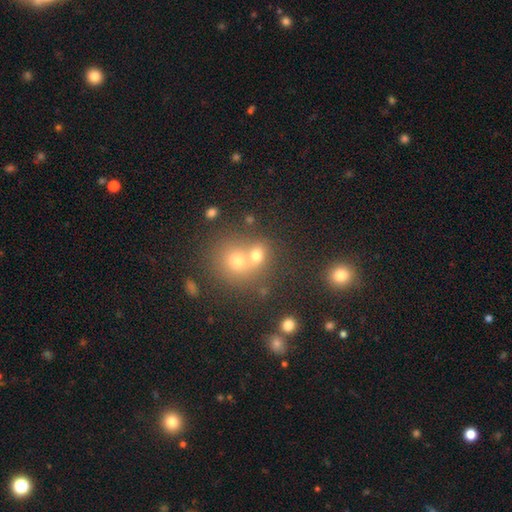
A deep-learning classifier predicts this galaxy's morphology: Smooth or featured: smooth — 68% (star or artifact — 17%)
How rounded: round — 72% (in between — 27%)
Merging: merger — 54% (none — 35%)